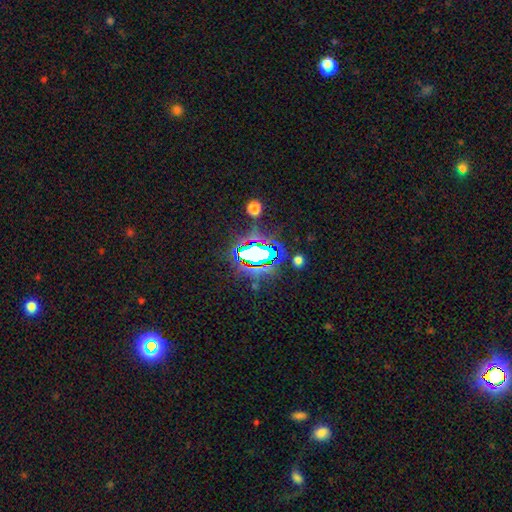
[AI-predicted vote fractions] star or artifact 67%, smooth 19%, featured or disk 14%.